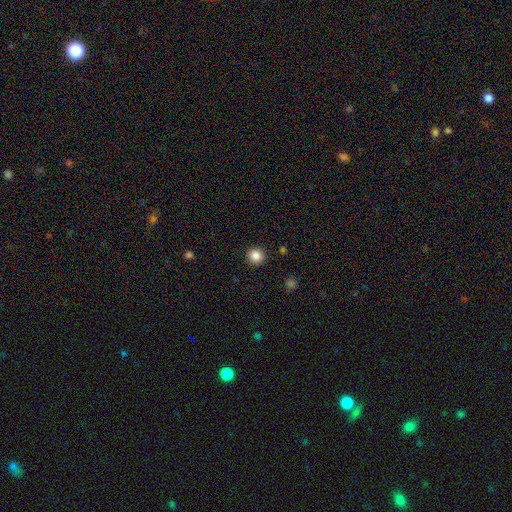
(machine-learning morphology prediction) type=smooth (86%); roundness=round (94%); merging=none (92%).